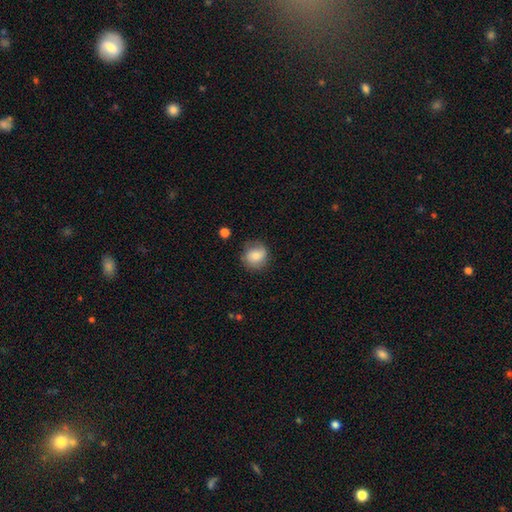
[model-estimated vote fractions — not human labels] smooth-or-featured: smooth: 78% | featured or disk: 13% | star or artifact: 8%
  how-rounded: round: 80% | in between: 19% | cigar-shaped: 1%
  merging: none: 73% | minor disturbance: 19% | major disturbance: 6% | merger: 2%